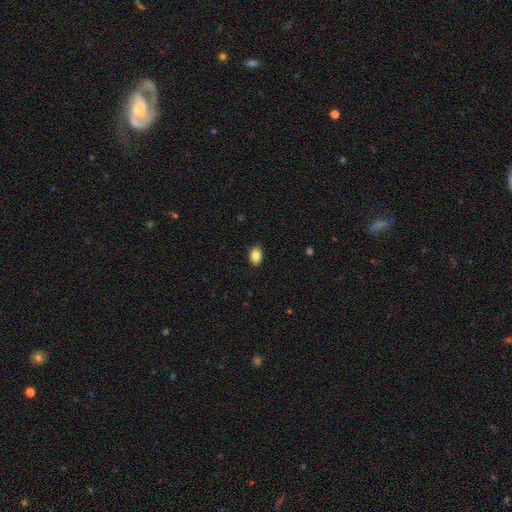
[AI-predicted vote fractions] smooth_or_featured: smooth (p=0.86) [alt: star or artifact p=0.08]
how_rounded: in between (p=0.84) [alt: round p=0.15]
merging: none (p=0.88) [alt: minor disturbance p=0.09]